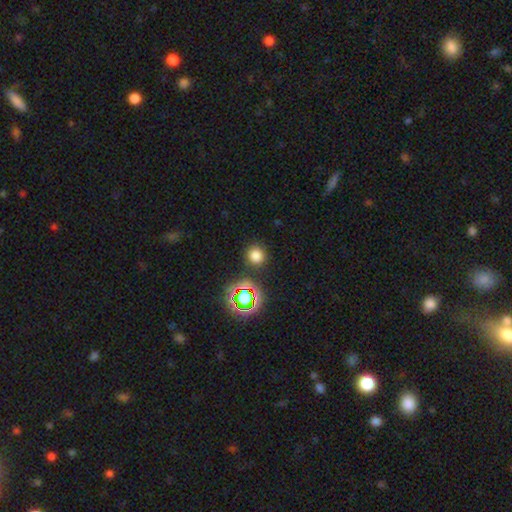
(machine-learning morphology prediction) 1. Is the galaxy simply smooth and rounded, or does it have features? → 73% smooth, 21% star or artifact, 5% featured or disk.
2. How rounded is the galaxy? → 91% round, 8% in between, 1% cigar-shaped.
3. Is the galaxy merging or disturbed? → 87% none, 7% minor disturbance, 3% merger, 3% major disturbance.